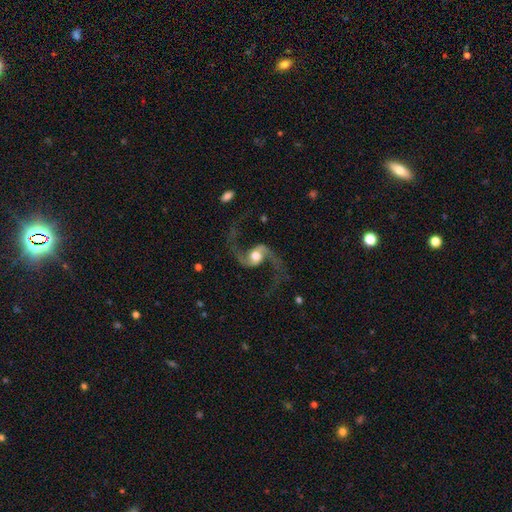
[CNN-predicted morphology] A featured or disk galaxy (92%) with no bar (47%), 2 (95%) loose (82%) spiral arms (98%) and a moderate central bulge (63%).

Vote fractions:
- Smooth or featured? featured or disk: 92% / star or artifact: 4% / smooth: 4%
- Edge-on disk? no: 98% / yes: 2%
- Bar? no: 47% / weak: 35% / strong: 18%
- Spiral arms? yes: 98% / no: 2%
- Spiral winding? loose: 82% / medium: 16% / tight: 3%
- Spiral arm count? 2: 95% / 1: 1% / can't tell: 1% / 3: 1% / 4: 1% / more than 4: 1%
- Bulge size? moderate: 63% / large: 23% / small: 10% / dominant: 2% / none: 1%
- Merging? none: 75% / minor disturbance: 12% / major disturbance: 11% / merger: 2%